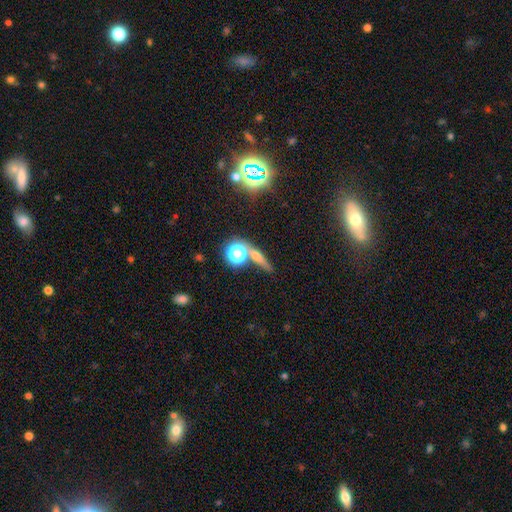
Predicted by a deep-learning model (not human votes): A smooth galaxy with no disk features (41%).

Vote fractions:
- Smooth or featured? smooth: 41% / featured or disk: 32% / star or artifact: 27%
- Merging? none: 71% / merger: 14% / minor disturbance: 10% / major disturbance: 5%